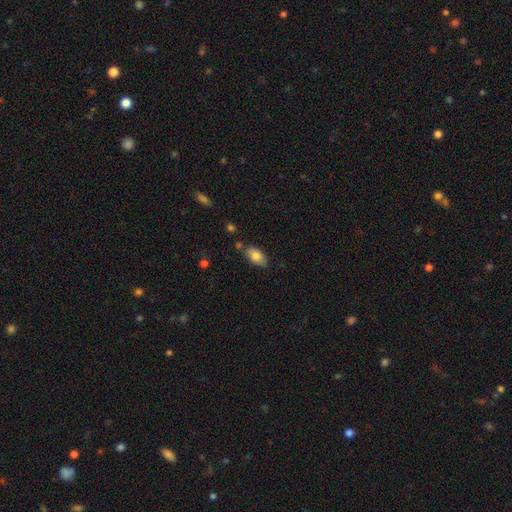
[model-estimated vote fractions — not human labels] A smooth galaxy with no disk features (80%) that is in between round and cigar-shaped (91%). Merging: none (75%).